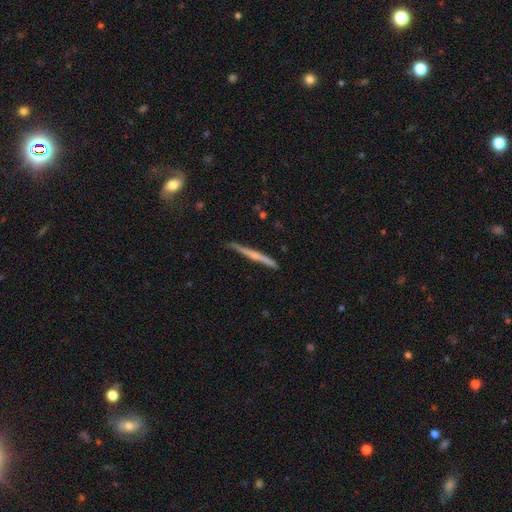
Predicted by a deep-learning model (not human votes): featured or disk 62%, smooth 32%, star or artifact 6%. Down the decision tree: edge-on disk — yes (97%); edge-on bulge — rounded (47%); merging — none (85%).